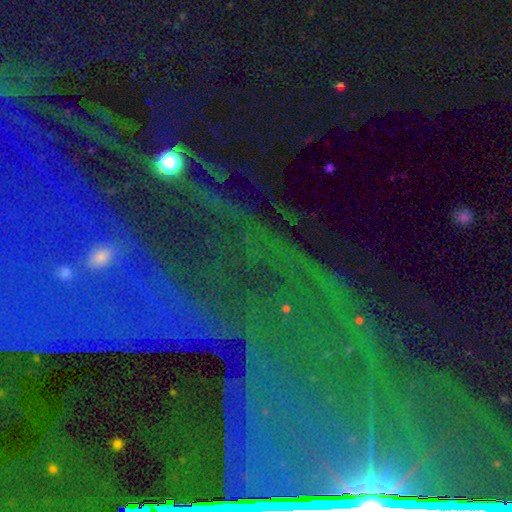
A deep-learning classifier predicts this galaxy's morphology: smooth_or_featured: star or artifact (p=0.79) [alt: featured or disk p=0.12]